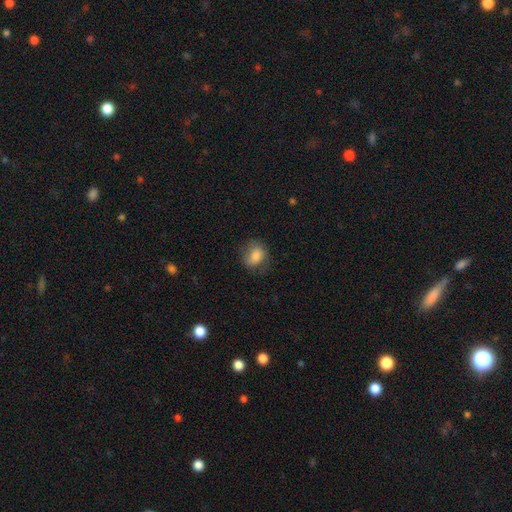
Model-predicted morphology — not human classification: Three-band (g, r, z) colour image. It shows a smooth galaxy with no disk features (77%) that is round (52%). Merging: none (68%).